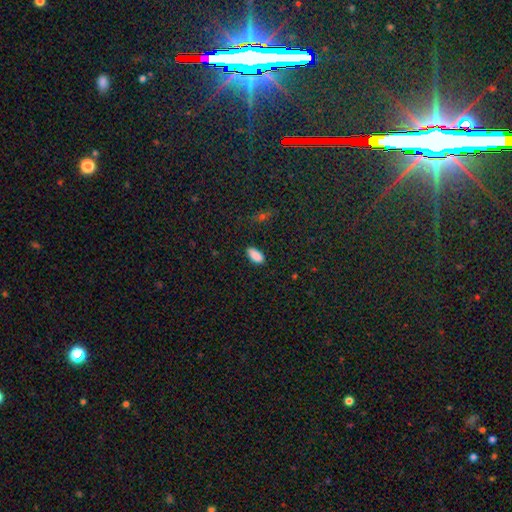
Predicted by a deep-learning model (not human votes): Morphology: type=smooth (88%); roundness=in between (91%); merging=none (84%).